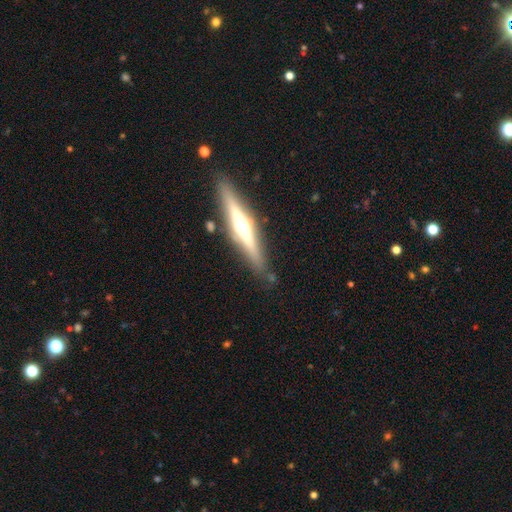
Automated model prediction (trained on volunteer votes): This is likely a featured or disk galaxy (73%). It is clearly viewed edge-on (96%). Edge-on bulge: likely rounded (76%). Merging: clearly none (86%).